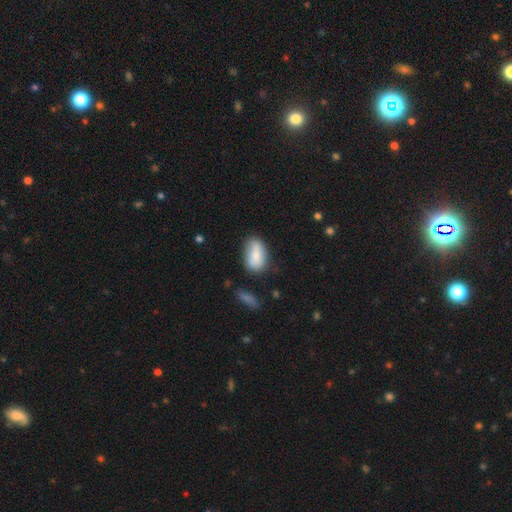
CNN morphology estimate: Q: Smooth or featured?
A: smooth (76%); runner-up: featured or disk (17%)
Q: How rounded?
A: in between (88%); runner-up: round (9%)
Q: Merging?
A: none (61%); runner-up: minor disturbance (26%)